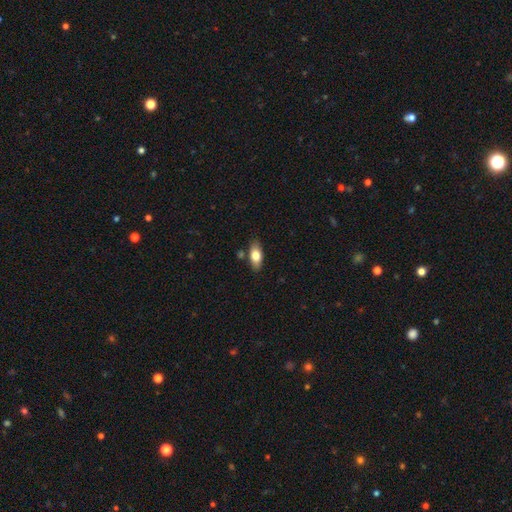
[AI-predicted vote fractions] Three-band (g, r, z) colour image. It shows a smooth galaxy with no disk features (76%) that is in between round and cigar-shaped (88%). Merging: none (82%).